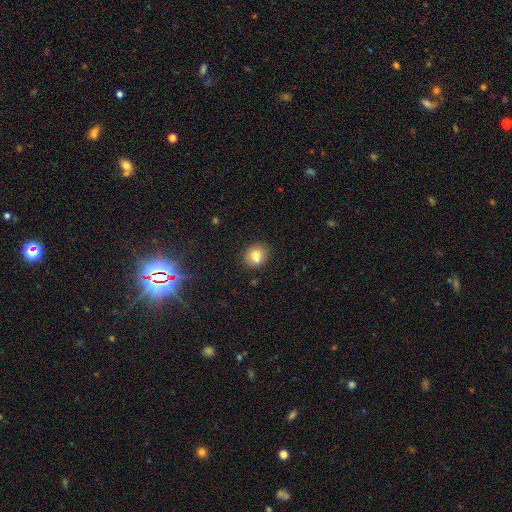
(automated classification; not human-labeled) A smooth galaxy with no disk features (74%) that is round (73%). Merging: none (64%).